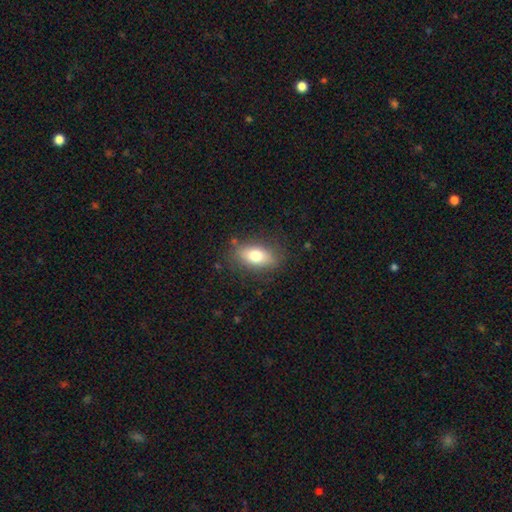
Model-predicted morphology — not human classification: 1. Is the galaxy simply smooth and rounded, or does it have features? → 75% smooth, 17% featured or disk, 8% star or artifact.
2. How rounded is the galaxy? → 83% in between, 10% cigar-shaped, 7% round.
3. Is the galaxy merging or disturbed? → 81% none, 13% minor disturbance, 4% major disturbance, 2% merger.